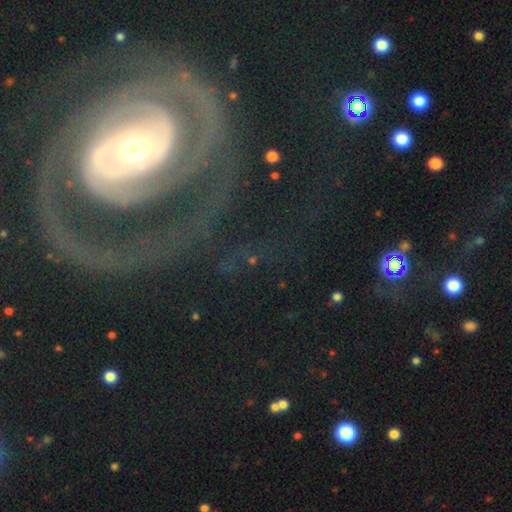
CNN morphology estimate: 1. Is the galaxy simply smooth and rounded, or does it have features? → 81% featured or disk, 10% star or artifact, 9% smooth.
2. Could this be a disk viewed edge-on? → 96% no, 4% yes.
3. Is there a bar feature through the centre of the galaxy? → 55% no, 24% weak, 21% strong.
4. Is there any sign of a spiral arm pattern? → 88% yes, 12% no.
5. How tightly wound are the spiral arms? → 54% tight, 32% medium, 14% loose.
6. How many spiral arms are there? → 55% 2, 15% can't tell, 9% 3, 9% 1, 6% 4, 6% more than 4.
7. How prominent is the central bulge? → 48% moderate, 42% small, 6% large, 2% dominant, 2% none.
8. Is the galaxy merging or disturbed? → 60% none, 23% major disturbance, 14% minor disturbance, 3% merger.